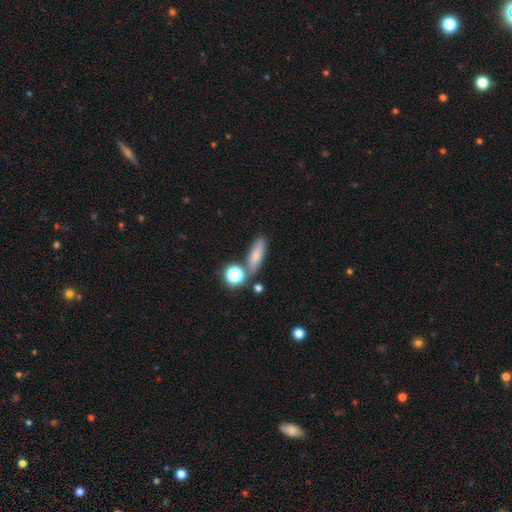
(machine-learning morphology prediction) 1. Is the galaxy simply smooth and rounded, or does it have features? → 74% smooth, 13% featured or disk, 12% star or artifact.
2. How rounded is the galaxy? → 52% in between, 37% cigar-shaped, 10% round.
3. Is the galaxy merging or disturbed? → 69% none, 14% minor disturbance, 13% merger, 5% major disturbance.